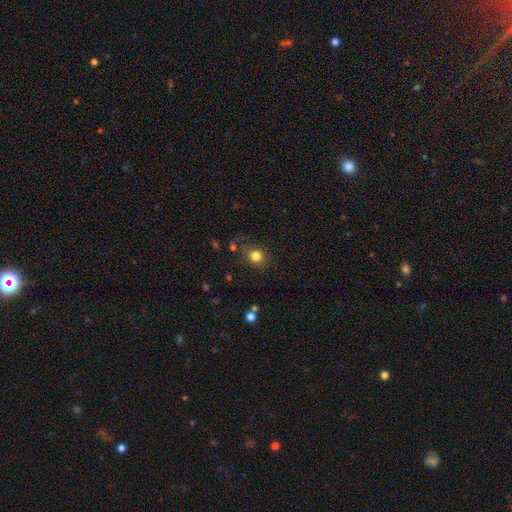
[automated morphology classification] Overall: smooth (80%). How rounded: round (82%). Merging: none (74%).